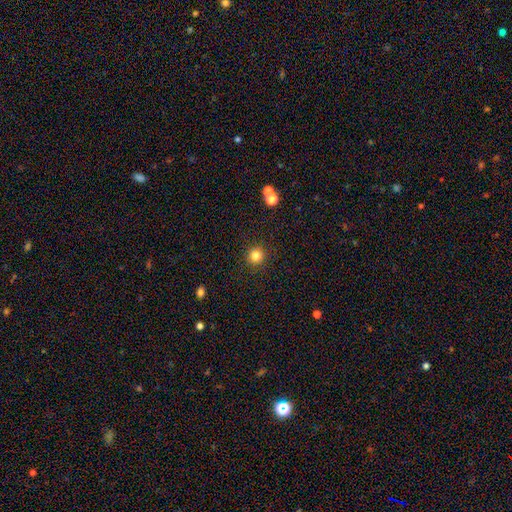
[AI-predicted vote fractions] This is clearly a smooth galaxy (82%). How rounded: clearly round (94%). Merging: clearly none (91%).